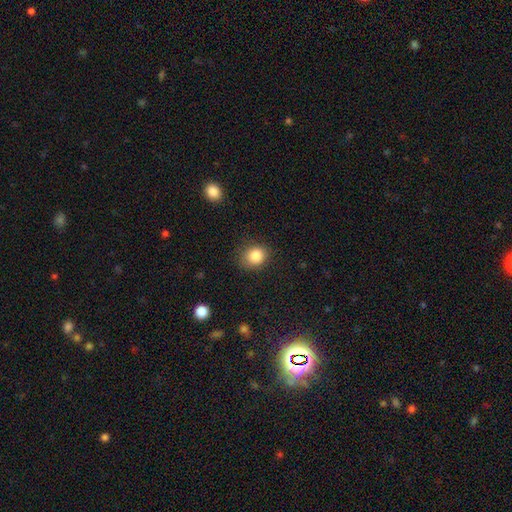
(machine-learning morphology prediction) This appears to be a smooth galaxy with no disk features (84%) that is round (67%). Merging: none (80%).